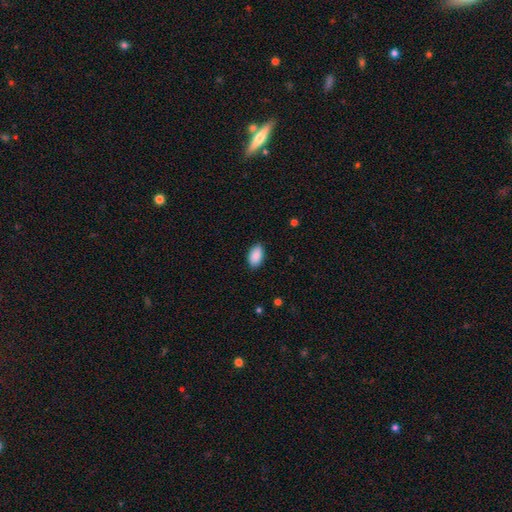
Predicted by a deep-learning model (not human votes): Smooth or featured? smooth (90%)
How rounded? in between (94%)
Merging? none (86%)